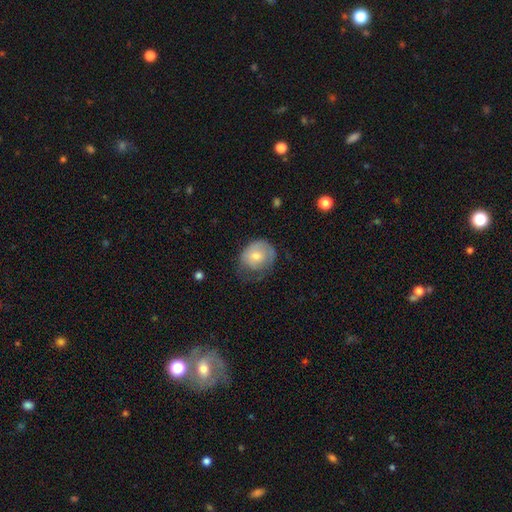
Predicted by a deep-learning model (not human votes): Smooth or featured: smooth — 61% (featured or disk — 32%)
How rounded: round — 61% (in between — 38%)
Merging: none — 40% (minor disturbance — 34%)